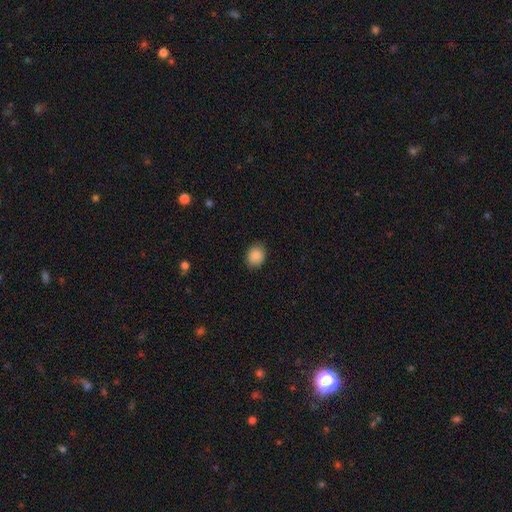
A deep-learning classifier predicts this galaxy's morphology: Overall: smooth (89%). How rounded: round (59%; in between 40%). Merging: none (86%).